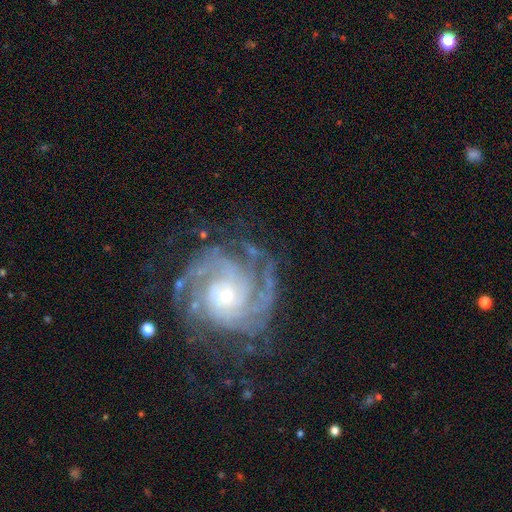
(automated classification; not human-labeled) Smooth or featured: featured or disk — 89% (star or artifact — 7%)
Edge-on disk: no — 98% (yes — 2%)
Bar: no — 71% (weak — 20%)
Spiral arms: yes — 98% (no — 2%)
Spiral winding: tight — 71% (medium — 26%)
Spiral arm count: 3 — 30% (2 — 23%)
Bulge size: small — 57% (moderate — 36%)
Merging: none — 74% (minor disturbance — 16%)